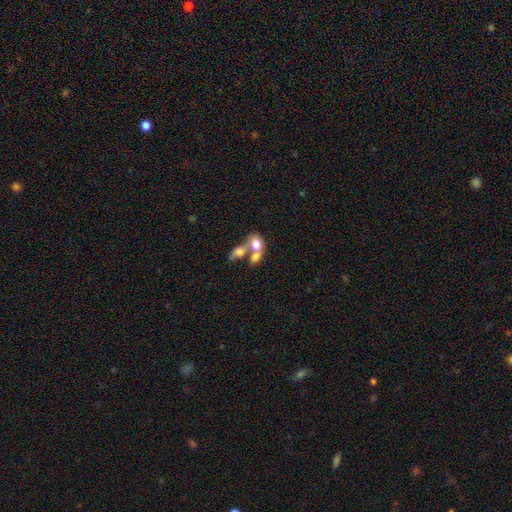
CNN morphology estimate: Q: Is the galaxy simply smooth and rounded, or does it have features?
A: smooth — 69%.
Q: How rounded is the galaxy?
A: in between — 64%.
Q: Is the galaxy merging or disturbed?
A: merger — 66%.